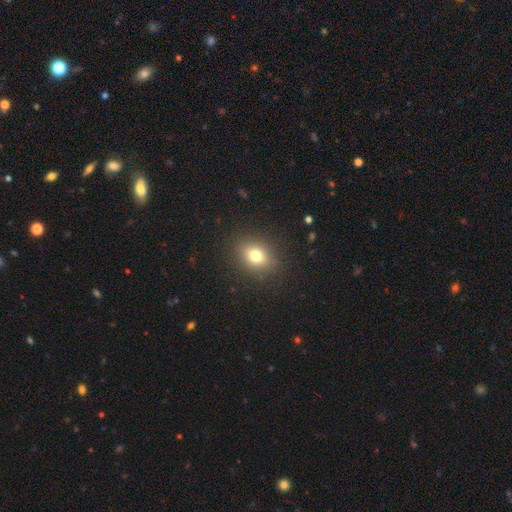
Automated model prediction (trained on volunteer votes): smooth_or_featured: smooth (p=0.76) [alt: star or artifact p=0.14]
how_rounded: in between (p=0.51) [alt: round p=0.48]
merging: none (p=0.87) [alt: minor disturbance p=0.08]